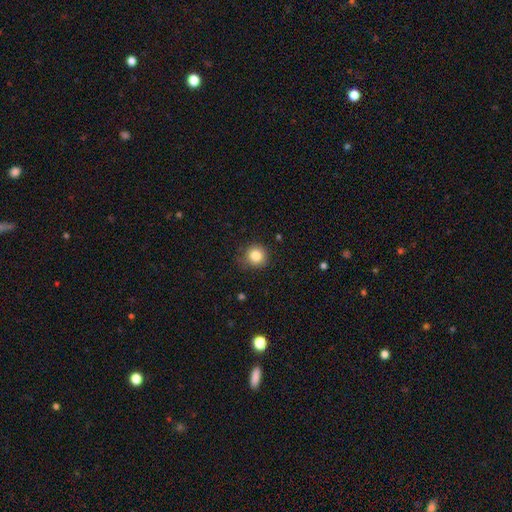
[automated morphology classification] smooth_or_featured: smooth (p=0.83) [alt: star or artifact p=0.11]
how_rounded: round (p=0.91) [alt: in between p=0.08]
merging: none (p=0.80) [alt: minor disturbance p=0.15]